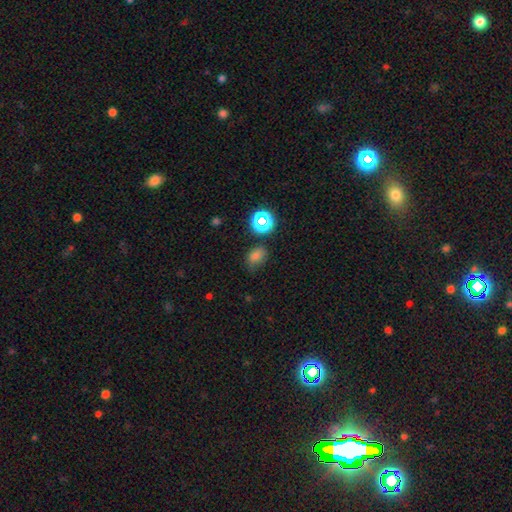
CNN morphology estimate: smooth_or_featured: smooth (p=0.73) [alt: star or artifact p=0.19]
how_rounded: in between (p=0.67) [alt: round p=0.32]
merging: none (p=0.66) [alt: minor disturbance p=0.24]